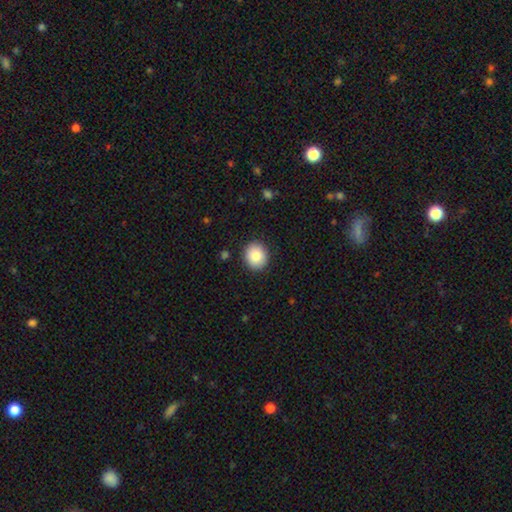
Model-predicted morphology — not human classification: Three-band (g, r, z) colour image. It shows a smooth galaxy with no disk features (84%) that is round (70%). Merging: none (90%).